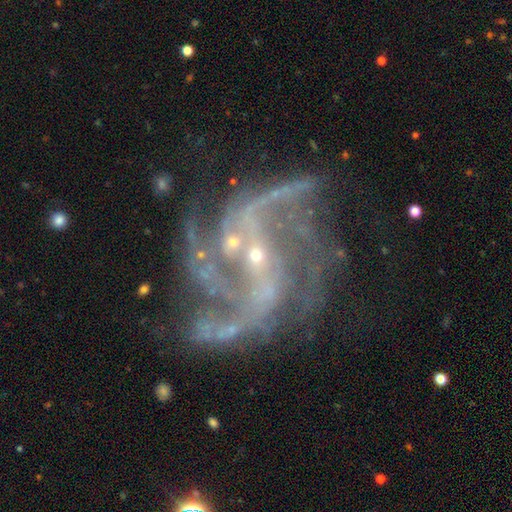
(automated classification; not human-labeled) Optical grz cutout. It shows a featured or disk galaxy (90%) with no bar (43%), 2 (48%) medium (52%) spiral arms (98%) and a small central bulge (85%). Merging: none (55%).